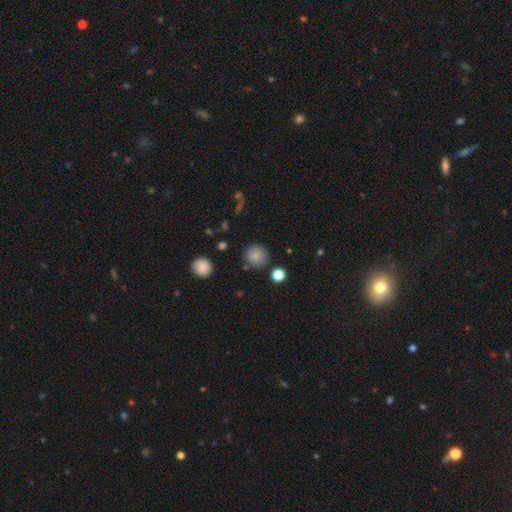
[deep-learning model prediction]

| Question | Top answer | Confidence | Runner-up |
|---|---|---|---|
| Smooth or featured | smooth | 83% | star or artifact (10%) |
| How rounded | round | 92% | in between (7%) |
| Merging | none | 84% | minor disturbance (10%) |